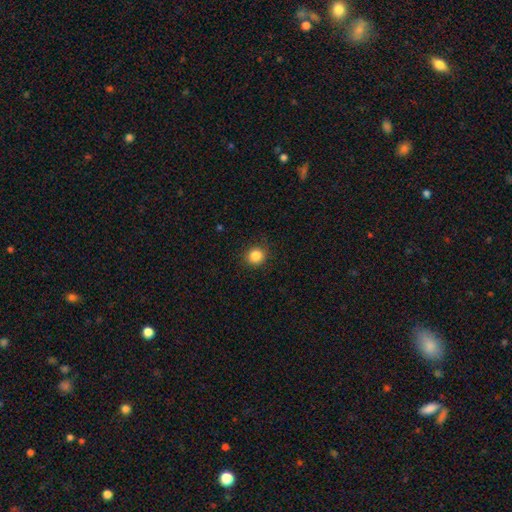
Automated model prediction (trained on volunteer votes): Smooth or featured?
  - smooth: 86% *
  - star or artifact: 11%
  - featured or disk: 4%
How rounded?
  - round: 89% *
  - in between: 10%
  - cigar-shaped: 1%
Merging?
  - none: 89% *
  - minor disturbance: 7%
  - major disturbance: 2%
  - merger: 1%